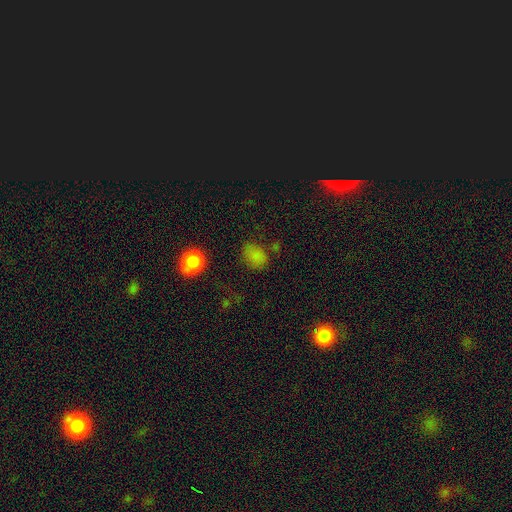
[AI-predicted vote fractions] Morphology: type=smooth (78%); roundness=in between (60%); merging=none (67%).